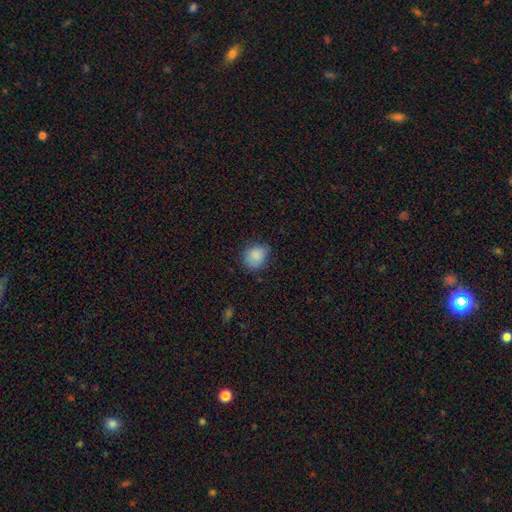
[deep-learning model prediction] This appears to be a smooth galaxy with no disk features (86%) that is round (57%). Merging: none (70%).